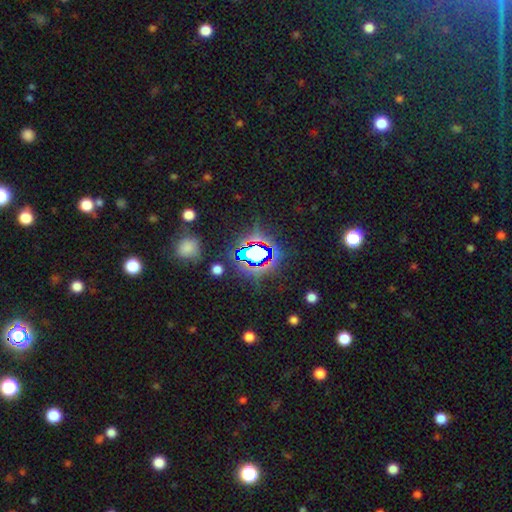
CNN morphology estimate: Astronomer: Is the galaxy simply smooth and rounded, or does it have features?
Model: star or artifact — 77%.